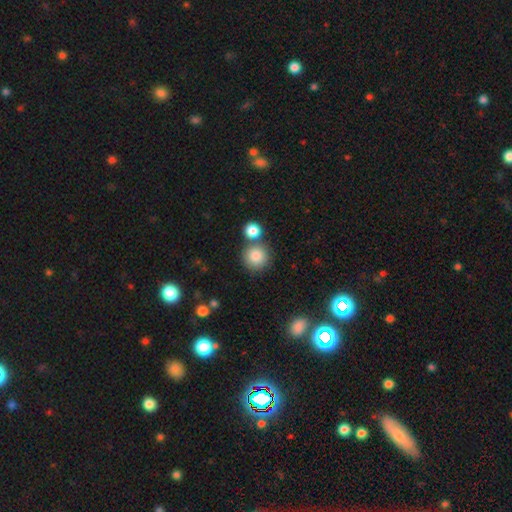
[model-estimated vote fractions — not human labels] Smooth or featured? smooth (84%)
How rounded? round (92%)
Merging? none (66%)